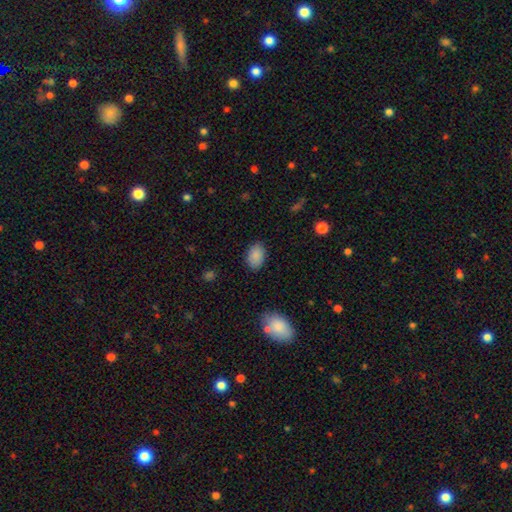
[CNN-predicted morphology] The model was most divided on "merging": none: 85%, minor disturbance: 11%, major disturbance: 3%, merger: 1%. More confident: smooth or featured — smooth (88%); how rounded — in between (88%).